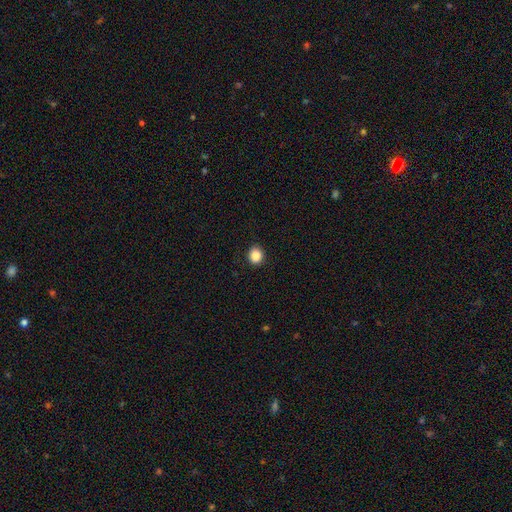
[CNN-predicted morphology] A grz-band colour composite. It shows a smooth galaxy with no disk features (87%) that is round (73%). Merging: none (90%).